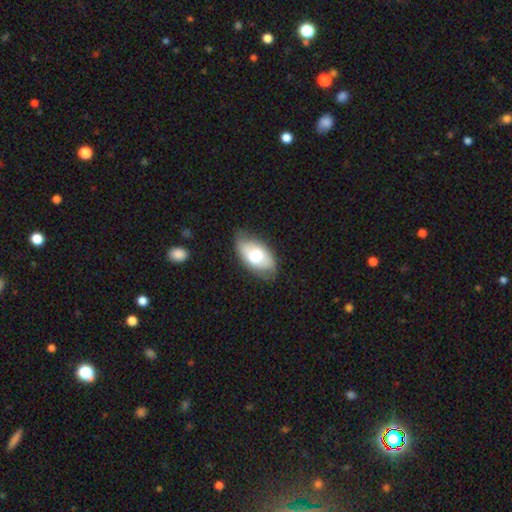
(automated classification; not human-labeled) smooth_or_featured: smooth (p=0.62) [alt: featured or disk p=0.32]
how_rounded: in between (p=0.93) [alt: round p=0.04]
merging: none (p=0.71) [alt: minor disturbance p=0.22]